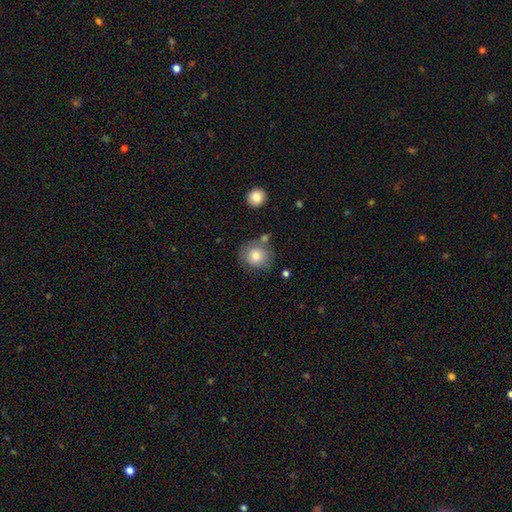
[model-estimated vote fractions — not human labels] Smooth or featured? smooth (80%)
How rounded? round (89%)
Merging? none (66%)